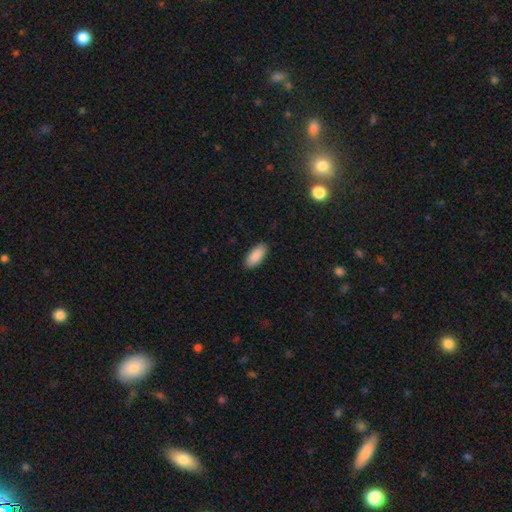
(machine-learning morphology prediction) Smooth or featured? Predicted: smooth (p=0.91). How rounded? Predicted: in between (p=0.89). Merging? Predicted: none (p=0.89).